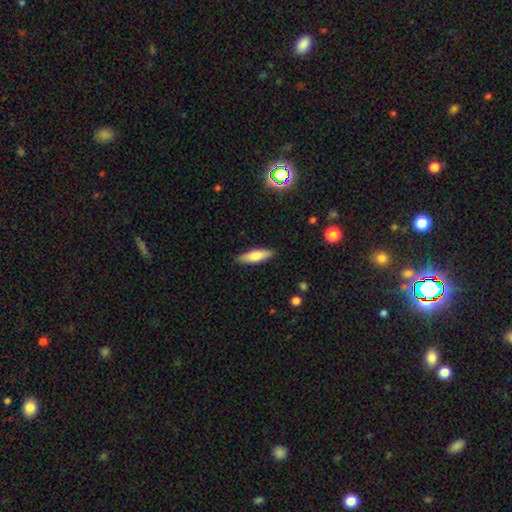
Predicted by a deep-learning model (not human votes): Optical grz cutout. It shows a smooth galaxy with no disk features (71%) that is cigar-shaped (57%). Merging: none (89%).